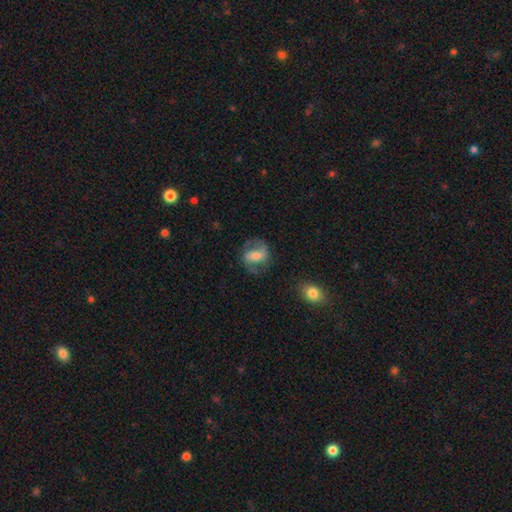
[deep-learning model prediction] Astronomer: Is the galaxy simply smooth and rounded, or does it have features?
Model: featured or disk — 74%.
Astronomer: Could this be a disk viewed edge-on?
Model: no — 97%.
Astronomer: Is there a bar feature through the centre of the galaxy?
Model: weak — 40% (runner-up: strong, 35%).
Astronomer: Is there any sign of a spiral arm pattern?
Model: yes — 91%.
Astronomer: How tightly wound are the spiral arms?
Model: medium — 52% (runner-up: loose, 30%).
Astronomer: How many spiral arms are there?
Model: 2 — 88%.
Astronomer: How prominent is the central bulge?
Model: moderate — 49% (runner-up: small, 39%).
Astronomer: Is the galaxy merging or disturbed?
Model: none — 72%.